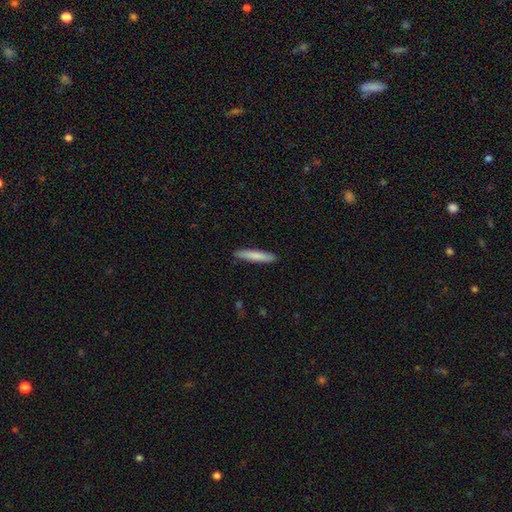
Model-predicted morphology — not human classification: smooth_or_featured: smooth (p=0.80) [alt: featured or disk p=0.15]
how_rounded: cigar-shaped (p=0.92) [alt: in between p=0.07]
merging: none (p=0.90) [alt: minor disturbance p=0.07]